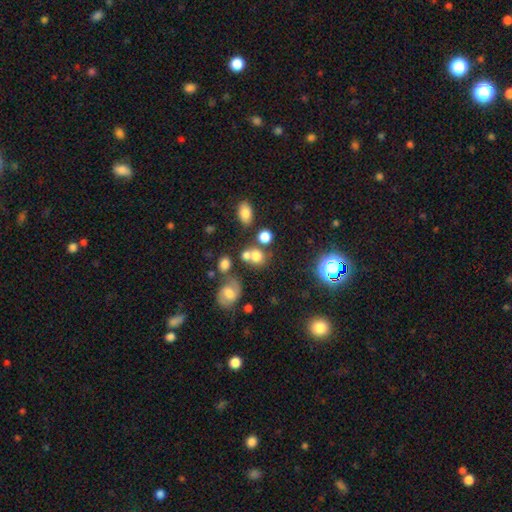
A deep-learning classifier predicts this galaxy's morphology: smooth_or_featured: smooth (p=0.71) [alt: star or artifact p=0.16]
how_rounded: round (p=0.72) [alt: in between p=0.27]
merging: none (p=0.48) [alt: merger p=0.32]